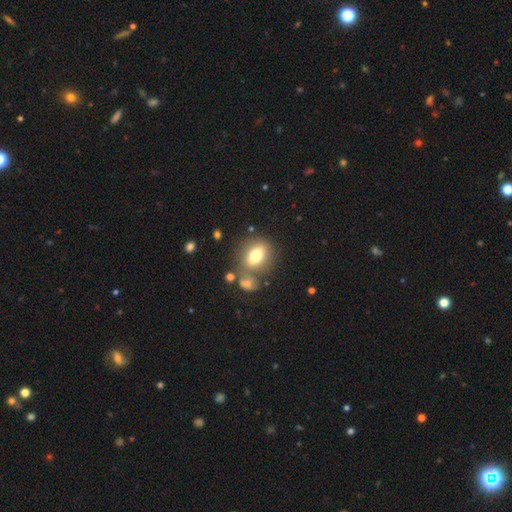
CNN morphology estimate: A smooth galaxy with no disk features (70%) that is in between round and cigar-shaped (70%). Merging: none (63%).